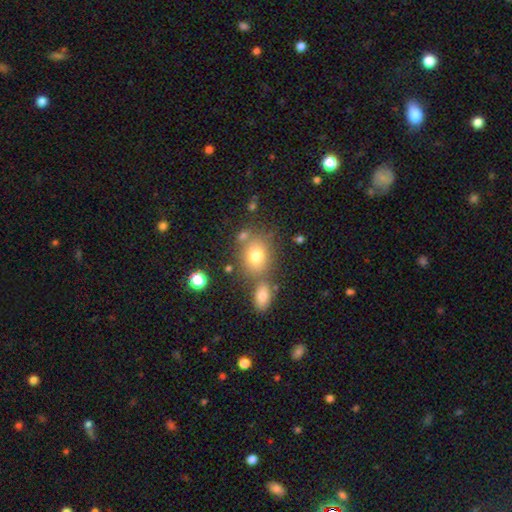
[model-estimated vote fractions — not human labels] This is likely a smooth galaxy (75%). How rounded: possibly in between (51%). Merging: likely none (62%).